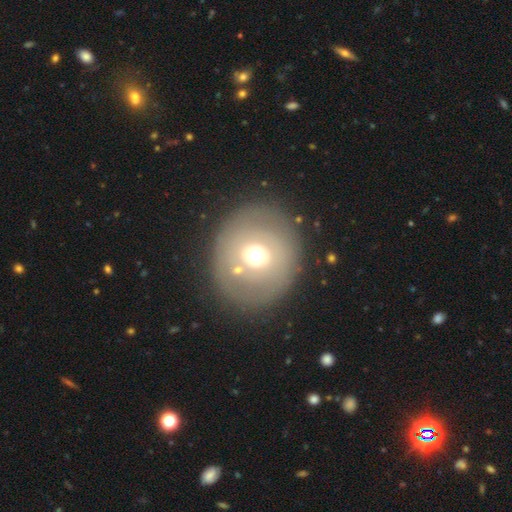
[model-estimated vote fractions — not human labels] smooth 54%, featured or disk 35%, star or artifact 11%. Down the decision tree: how rounded — round (86%); merging — none (79%).